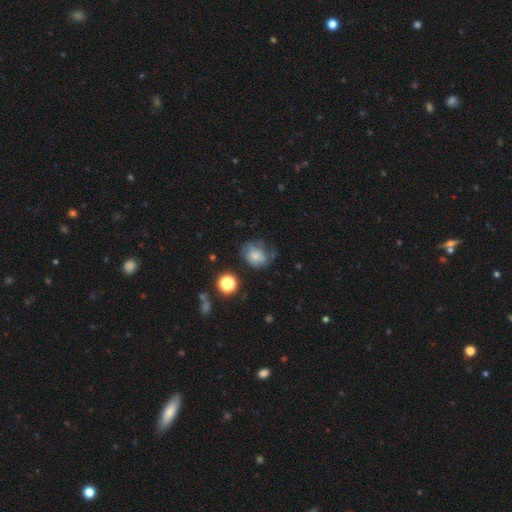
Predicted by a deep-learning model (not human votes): A smooth galaxy with no disk features (59%) that is round (54%).

Vote fractions:
- Smooth or featured? smooth: 59% / featured or disk: 28% / star or artifact: 13%
- How rounded? round: 54% / in between: 45% / cigar-shaped: 1%
- Merging? none: 43% / minor disturbance: 30% / major disturbance: 22% / merger: 5%